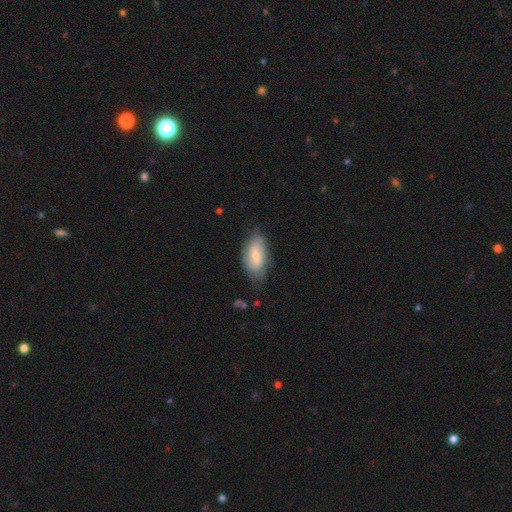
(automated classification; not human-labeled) Smooth or featured?
  - smooth: 69% *
  - featured or disk: 25%
  - star or artifact: 6%
How rounded?
  - in between: 92% *
  - cigar-shaped: 5%
  - round: 3%
Merging?
  - none: 65% *
  - minor disturbance: 26%
  - major disturbance: 7%
  - merger: 2%